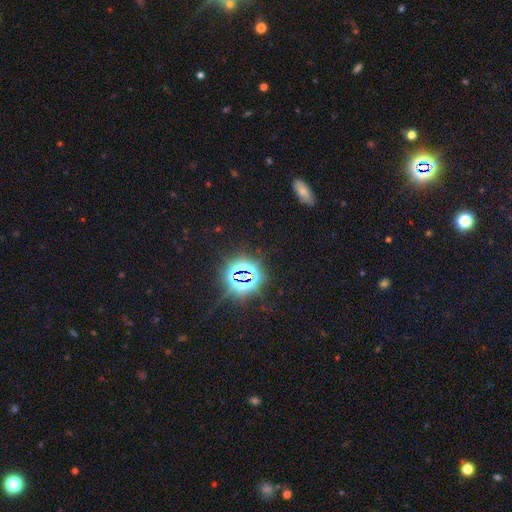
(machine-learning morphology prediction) Q: Smooth or featured?
A: star or artifact (78%); runner-up: smooth (15%)